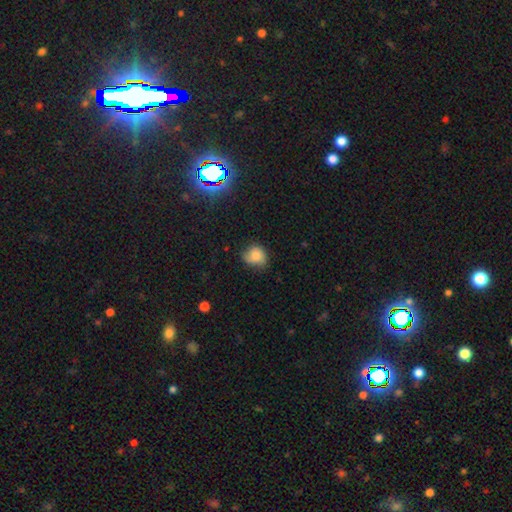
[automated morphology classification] smooth_or_featured: smooth (p=0.74) [alt: featured or disk p=0.16]
how_rounded: round (p=0.67) [alt: in between p=0.32]
merging: none (p=0.57) [alt: minor disturbance p=0.32]